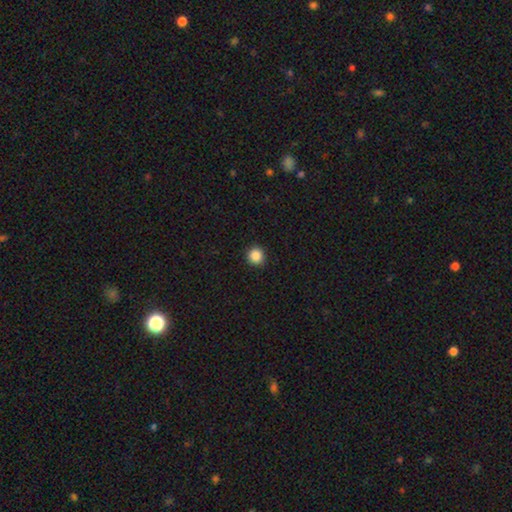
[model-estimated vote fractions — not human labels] Morphology: type=smooth (87%); roundness=round (94%); merging=none (92%).